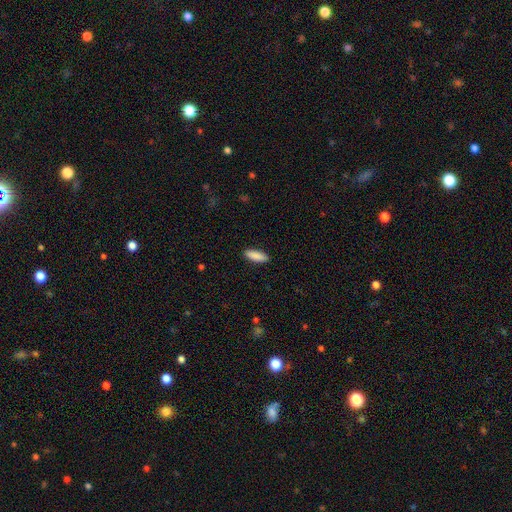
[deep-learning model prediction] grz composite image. It shows a smooth galaxy with no disk features (89%) that is in between round and cigar-shaped (56%). Merging: none (90%).